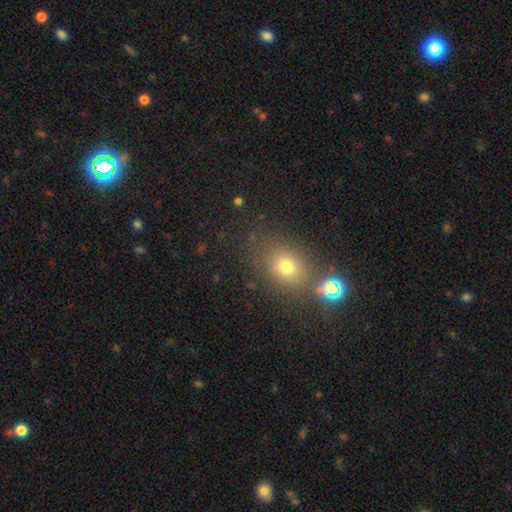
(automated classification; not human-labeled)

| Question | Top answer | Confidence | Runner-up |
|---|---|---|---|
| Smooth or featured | smooth | 60% | star or artifact (30%) |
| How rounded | round | 60% | in between (38%) |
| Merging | none | 71% | merger (15%) |